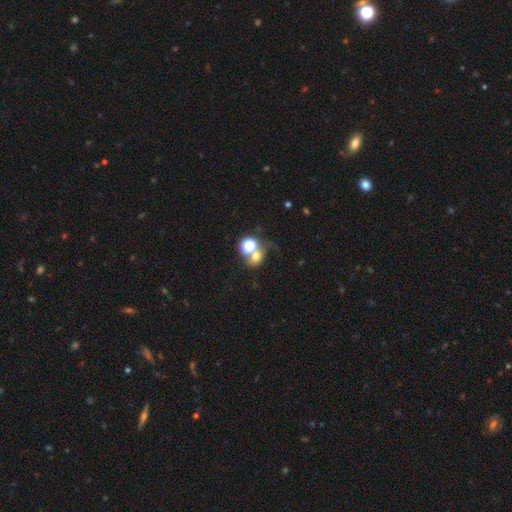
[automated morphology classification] A smooth galaxy with no disk features (61%) that is round (69%). Merging: merger (47%).